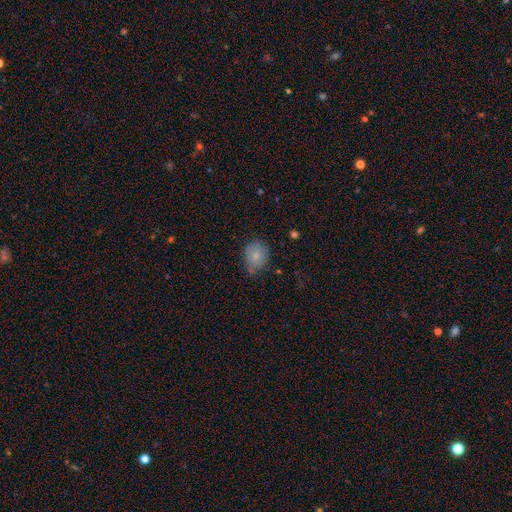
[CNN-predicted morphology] This appears to be a smooth galaxy with no disk features (76%) that is round (54%). Merging: none (60%).